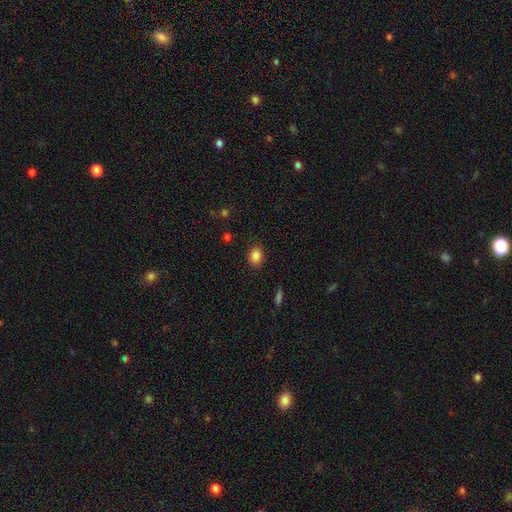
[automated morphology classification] The model was most divided on "how rounded": in between: 67%, round: 32%, cigar-shaped: 1%. More confident: smooth or featured — smooth (86%); merging — none (86%).